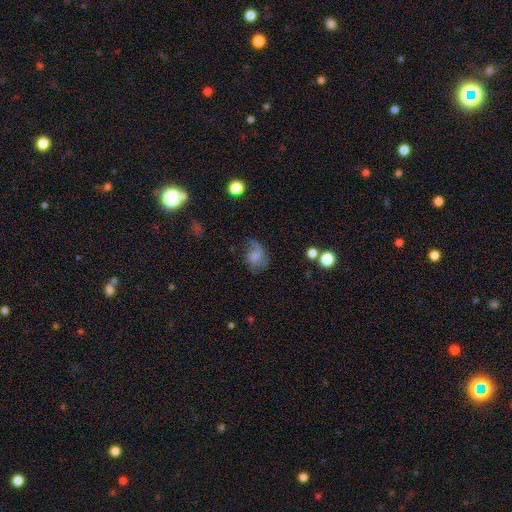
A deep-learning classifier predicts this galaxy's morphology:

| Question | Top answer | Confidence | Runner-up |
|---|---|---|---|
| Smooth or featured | smooth | 53% | featured or disk (35%) |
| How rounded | in between | 60% | round (39%) |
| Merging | none | 46% | minor disturbance (27%) |